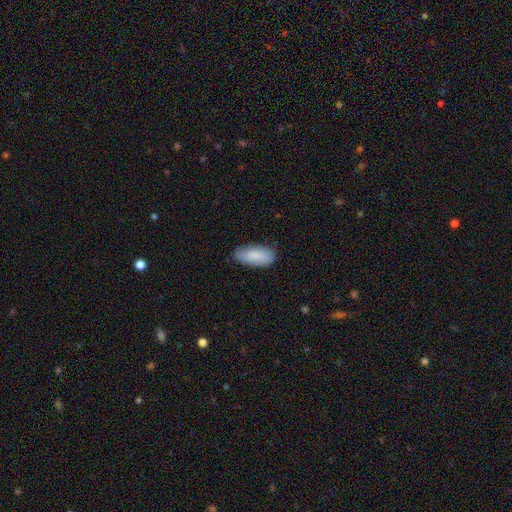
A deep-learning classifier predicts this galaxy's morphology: Smooth or featured: smooth — 86% (featured or disk — 8%)
How rounded: in between — 87% (cigar-shaped — 11%)
Merging: none — 80% (minor disturbance — 16%)